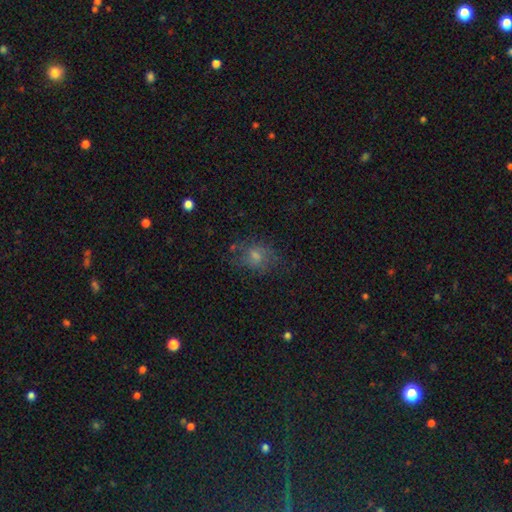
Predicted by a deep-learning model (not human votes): This appears to be a smooth galaxy with no disk features (54%) that is round (52%). Merging: none (65%).